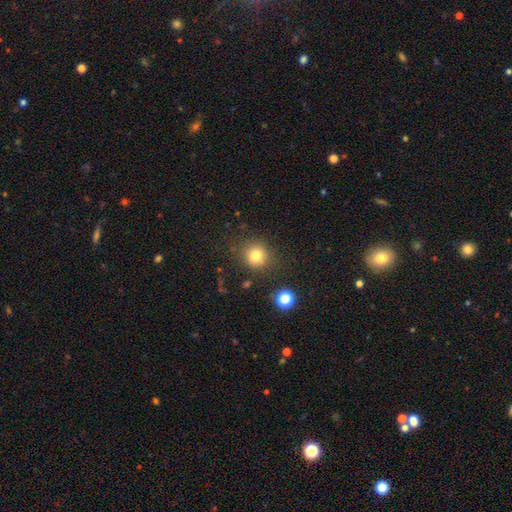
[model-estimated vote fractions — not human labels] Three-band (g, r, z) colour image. It shows a smooth galaxy with no disk features (80%) that is round (90%). Merging: none (82%).